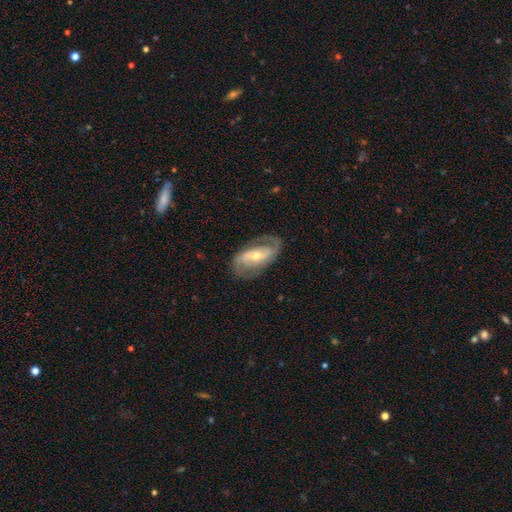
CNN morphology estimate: This is clearly a featured or disk galaxy (84%). It is clearly not viewed edge-on (95%). Bar: marginally weak (38%). Spiral arm pattern: clearly yes (93%). Spiral arm count: clearly 2 (86%). Spiral winding: possibly medium (45%). Central bulge: possibly moderate (49%). Merging: likely none (75%).